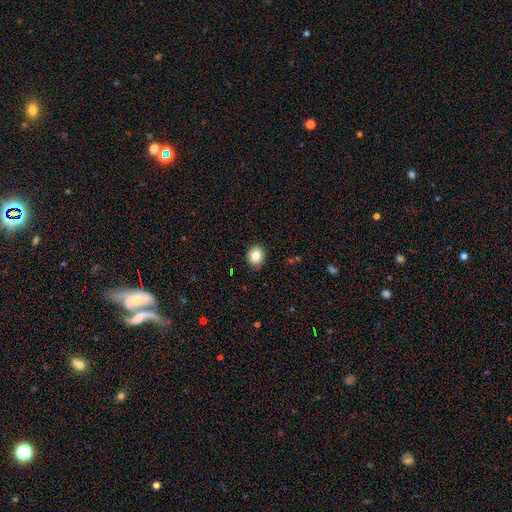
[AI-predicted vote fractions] Smooth or featured? smooth (83%)
How rounded? round (68%)
Merging? none (90%)